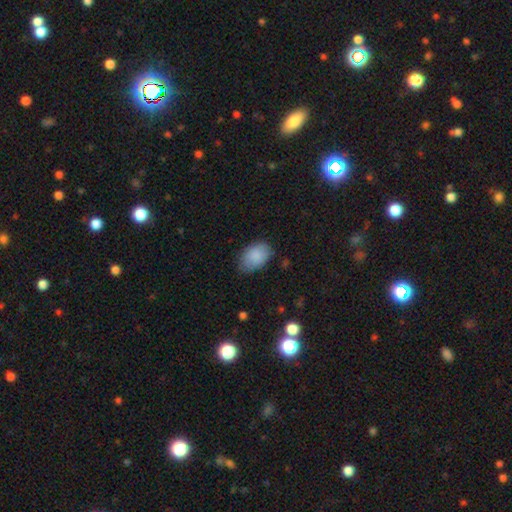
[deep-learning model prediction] smooth-or-featured: smooth: 87% | star or artifact: 7% | featured or disk: 6%
  how-rounded: in between: 88% | round: 10% | cigar-shaped: 1%
  merging: none: 72% | minor disturbance: 22% | major disturbance: 4% | merger: 1%